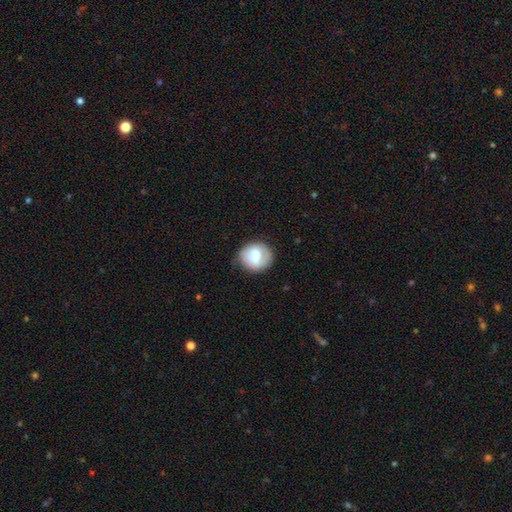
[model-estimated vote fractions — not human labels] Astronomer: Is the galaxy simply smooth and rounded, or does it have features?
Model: smooth — 61%.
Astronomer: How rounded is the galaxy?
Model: round — 81%.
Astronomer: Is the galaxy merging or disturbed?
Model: none — 77%.